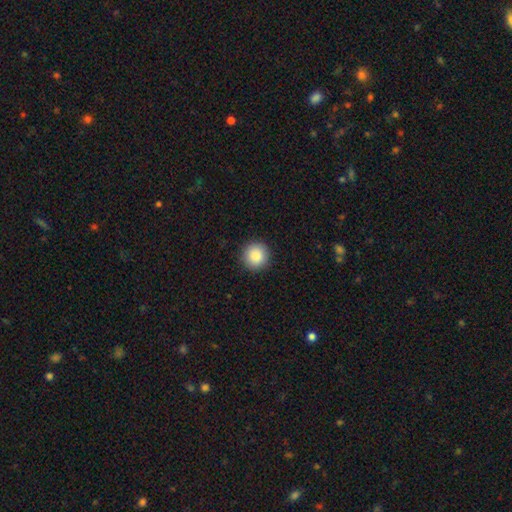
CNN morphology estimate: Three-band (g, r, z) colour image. It shows a smooth galaxy with no disk features (88%) that is round (95%). Merging: none (92%).